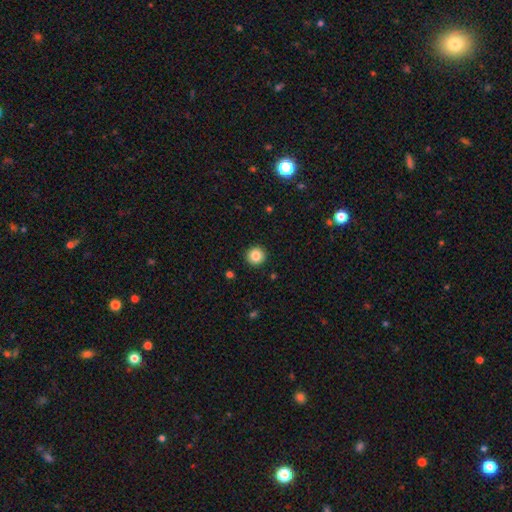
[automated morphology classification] type=smooth (85%); roundness=round (95%); merging=none (93%).